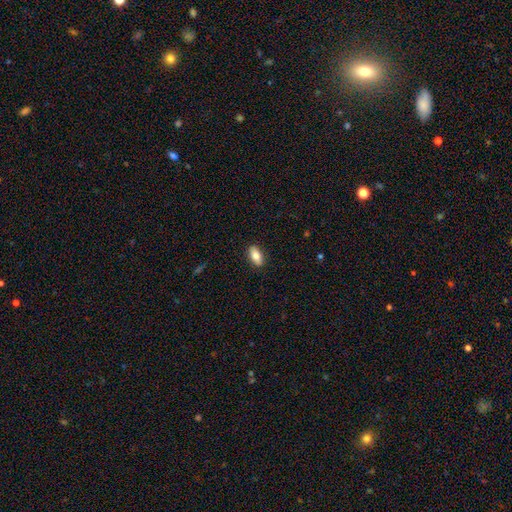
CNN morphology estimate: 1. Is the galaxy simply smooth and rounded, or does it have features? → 79% smooth, 14% featured or disk, 7% star or artifact.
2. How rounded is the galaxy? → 87% in between, 9% cigar-shaped, 4% round.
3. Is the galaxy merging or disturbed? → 88% none, 9% minor disturbance, 2% major disturbance, 1% merger.